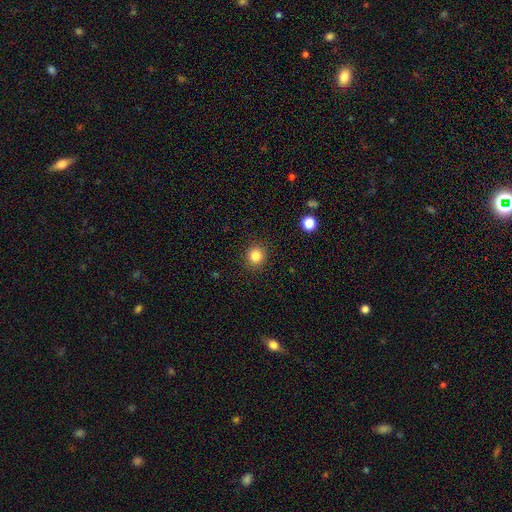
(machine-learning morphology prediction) smooth_or_featured: smooth (p=0.84) [alt: star or artifact p=0.11]
how_rounded: round (p=0.88) [alt: in between p=0.11]
merging: none (p=0.90) [alt: minor disturbance p=0.06]